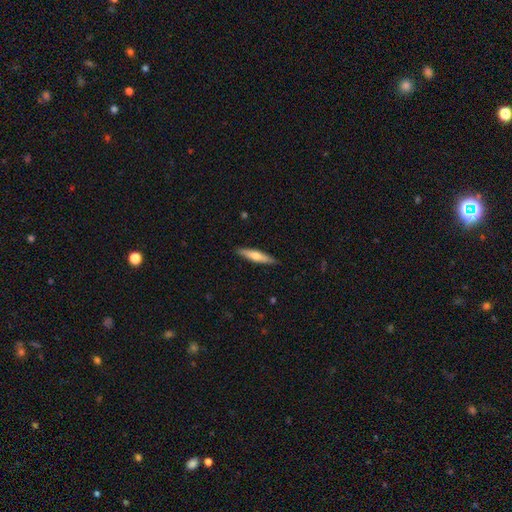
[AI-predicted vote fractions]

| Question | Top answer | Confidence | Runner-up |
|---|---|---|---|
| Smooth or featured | smooth | 53% | featured or disk (42%) |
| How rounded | cigar-shaped | 84% | in between (15%) |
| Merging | none | 89% | minor disturbance (8%) |